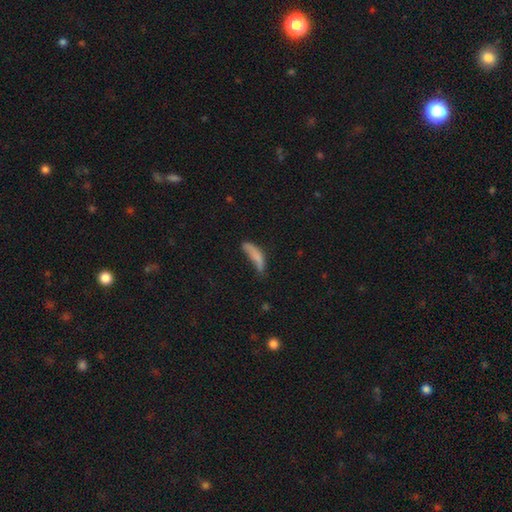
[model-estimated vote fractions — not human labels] Smooth or featured?
  - smooth: 72% *
  - featured or disk: 19%
  - star or artifact: 9%
How rounded?
  - cigar-shaped: 59% *
  - in between: 38%
  - round: 2%
Merging?
  - minor disturbance: 33% * (tied)
  - none: 33% * (tied)
  - major disturbance: 26%
  - merger: 8%